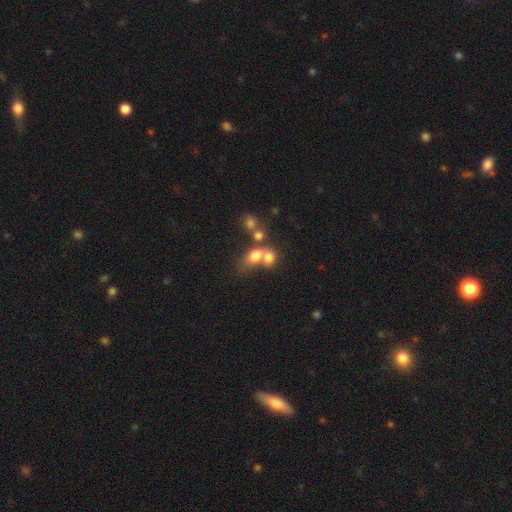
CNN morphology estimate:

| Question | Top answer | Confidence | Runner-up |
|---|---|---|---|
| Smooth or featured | smooth | 69% | featured or disk (18%) |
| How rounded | in between | 50% | round (48%) |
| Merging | merger | 60% | none (25%) |